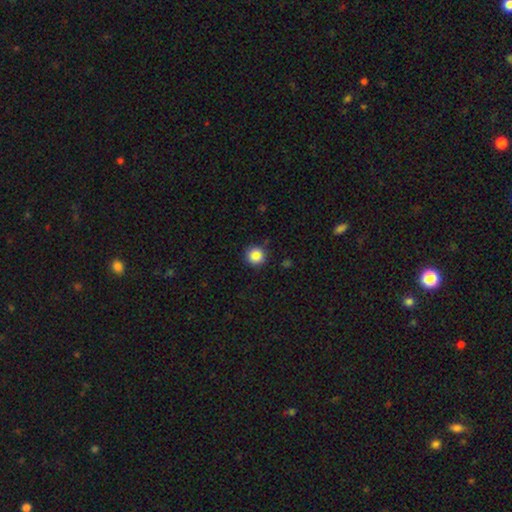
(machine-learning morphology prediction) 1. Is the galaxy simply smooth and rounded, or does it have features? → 87% smooth, 9% star or artifact, 3% featured or disk.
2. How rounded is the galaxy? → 93% round, 6% in between, 1% cigar-shaped.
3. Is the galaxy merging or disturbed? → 86% none, 9% minor disturbance, 2% major disturbance, 2% merger.